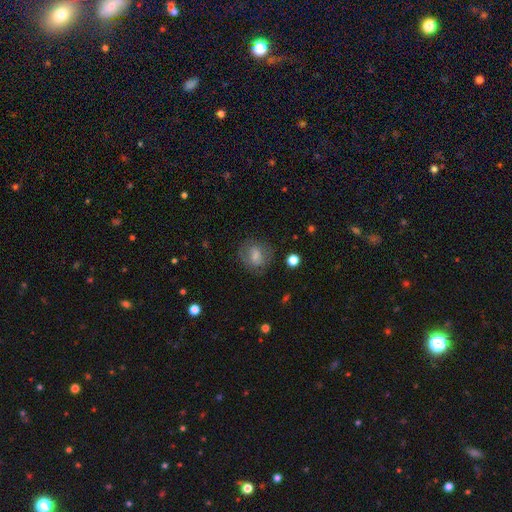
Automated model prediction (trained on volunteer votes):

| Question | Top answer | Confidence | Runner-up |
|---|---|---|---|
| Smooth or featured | smooth | 67% | featured or disk (23%) |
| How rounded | round | 64% | in between (35%) |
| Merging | none | 67% | minor disturbance (19%) |